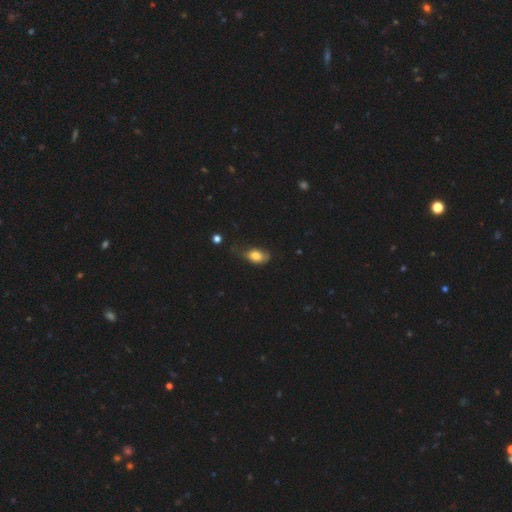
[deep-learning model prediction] smooth 79%, featured or disk 12%, star or artifact 9%. Down the decision tree: how rounded — in between (85%); merging — none (51%).